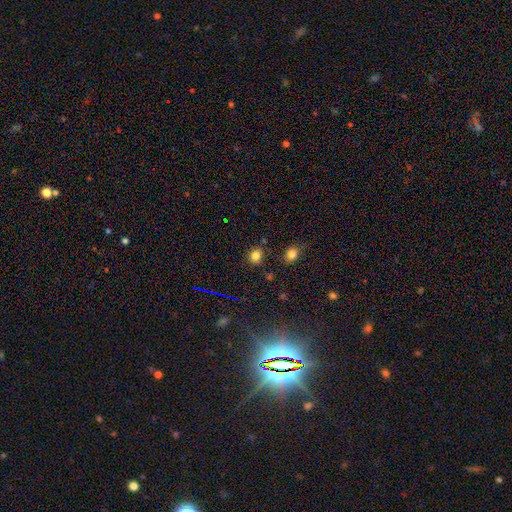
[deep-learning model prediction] The model was most divided on "how rounded": round: 66%, in between: 33%, cigar-shaped: 1%. More confident: smooth or featured — smooth (81%); merging — none (80%).